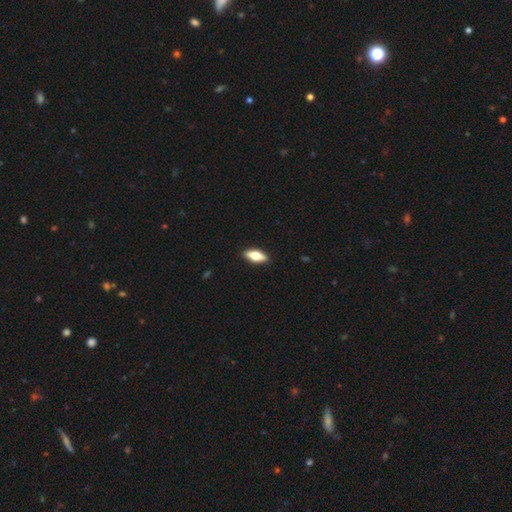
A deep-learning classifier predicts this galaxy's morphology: A smooth galaxy with no disk features (64%) that is in between round and cigar-shaped (74%). Merging: none (90%).